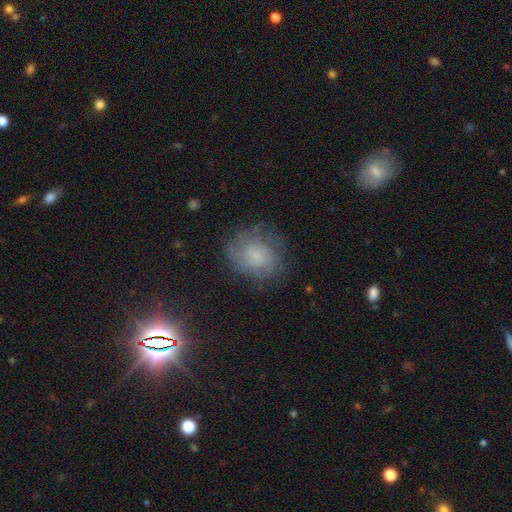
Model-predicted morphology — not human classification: smooth_or_featured: featured or disk (p=0.45) [alt: smooth p=0.42]
merging: none (p=0.69) [alt: minor disturbance p=0.19]